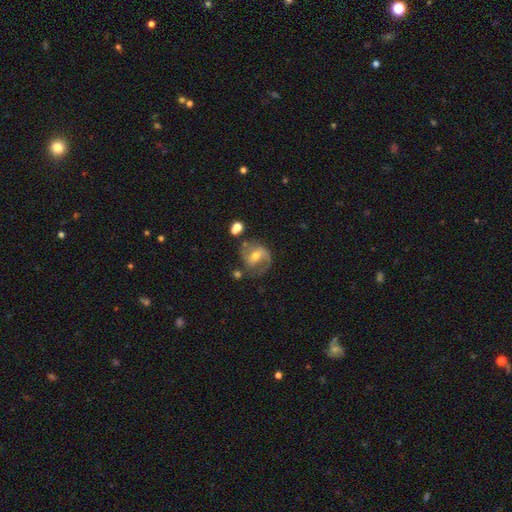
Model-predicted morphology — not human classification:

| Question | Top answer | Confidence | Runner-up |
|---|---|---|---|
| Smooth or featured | featured or disk | 73% | smooth (19%) |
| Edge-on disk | no | 97% | yes (3%) |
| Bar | weak | 44% | strong (28%) |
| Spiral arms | yes | 88% | no (12%) |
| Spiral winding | medium | 48% | loose (30%) |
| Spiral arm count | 2 | 70% | 1 (19%) |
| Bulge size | moderate | 59% | small (34%) |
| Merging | none | 59% | minor disturbance (21%) |